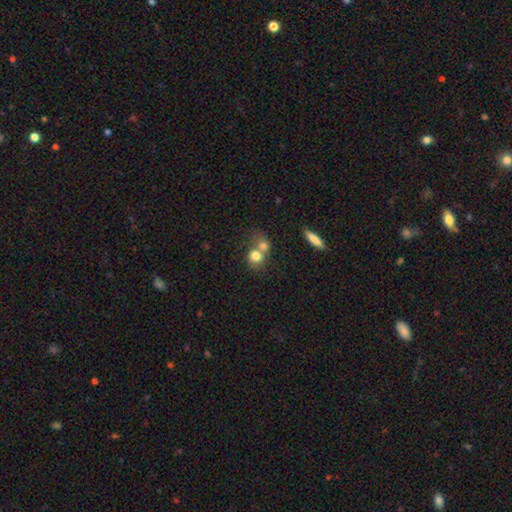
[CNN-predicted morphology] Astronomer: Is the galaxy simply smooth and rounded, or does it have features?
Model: smooth — 76%.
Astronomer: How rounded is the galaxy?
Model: round — 68%.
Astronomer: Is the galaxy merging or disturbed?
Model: merger — 64%.